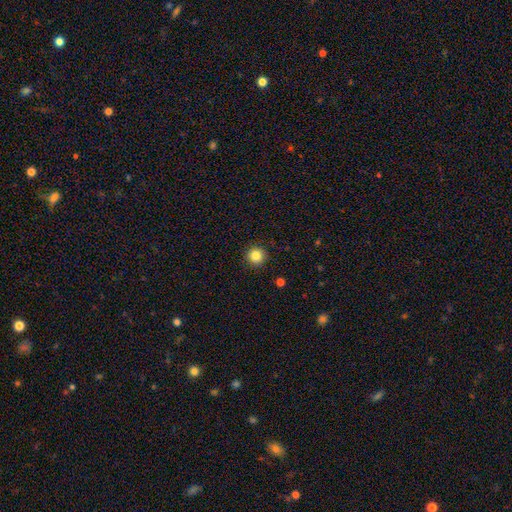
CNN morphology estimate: This is clearly a smooth galaxy (85%). How rounded: clearly round (95%). Merging: clearly none (92%).